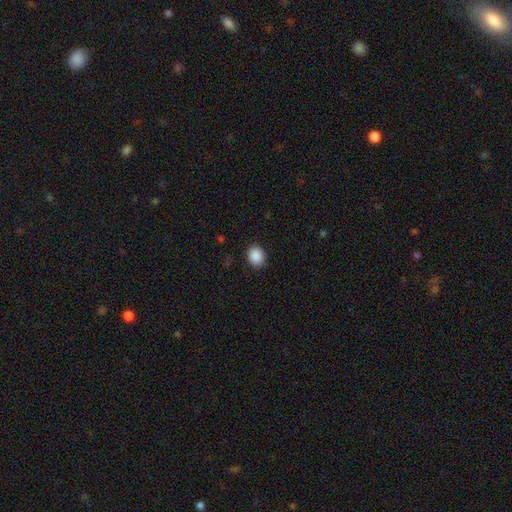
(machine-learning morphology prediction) Smooth or featured? Predicted: smooth (p=0.89). How rounded? Predicted: round (p=0.59). Merging? Predicted: none (p=0.89).